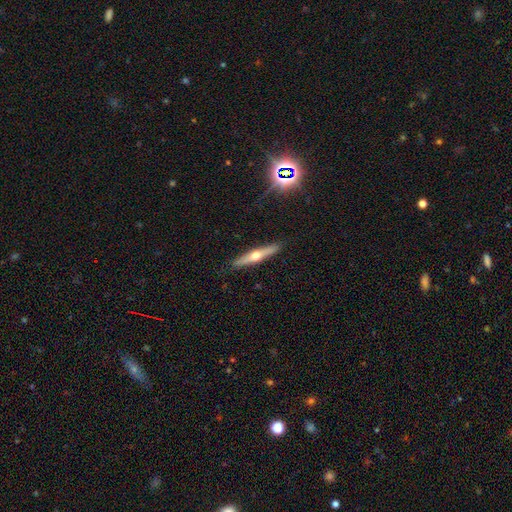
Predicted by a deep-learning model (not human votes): featured or disk 62%, smooth 30%, star or artifact 7%. Down the decision tree: edge-on disk — yes (95%); edge-on bulge — rounded (92%); merging — none (89%).